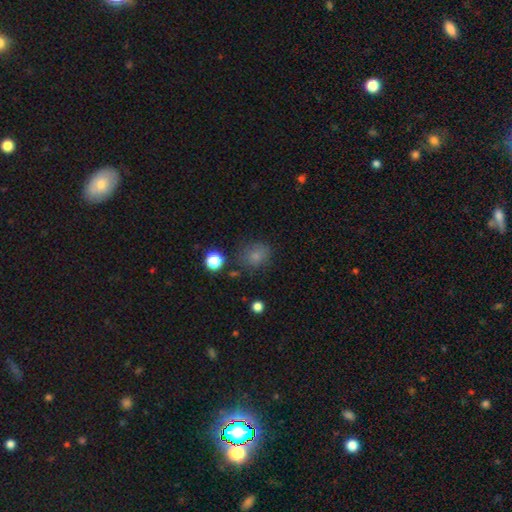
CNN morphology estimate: smooth 77%, star or artifact 15%, featured or disk 8%. Down the decision tree: how rounded — round (70%); merging — none (75%).